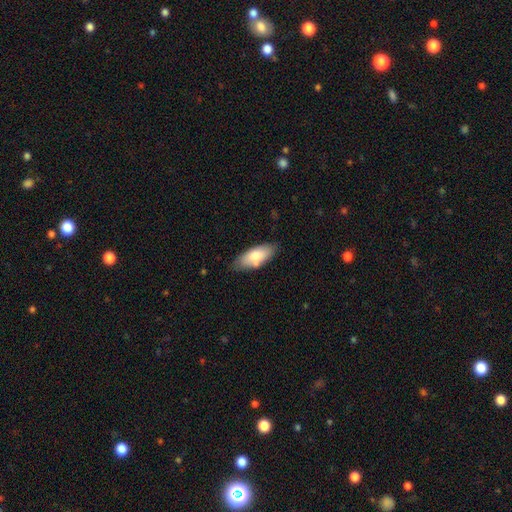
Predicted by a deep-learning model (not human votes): This is likely a smooth galaxy (75%). How rounded: clearly in between (82%). Merging: likely none (71%).